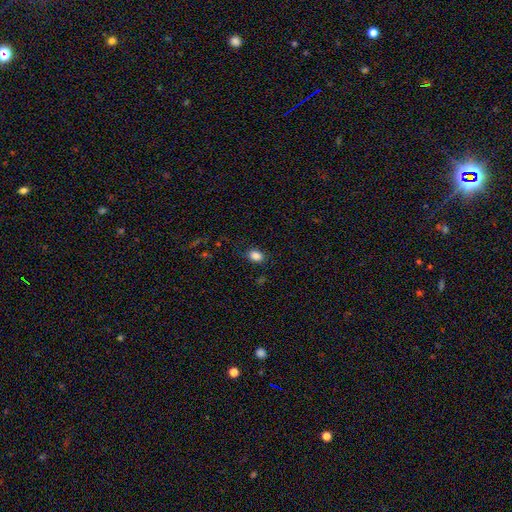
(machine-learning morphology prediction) Q: Smooth or featured?
A: smooth (86%); runner-up: star or artifact (10%)
Q: How rounded?
A: in between (76%); runner-up: round (23%)
Q: Merging?
A: none (84%); runner-up: minor disturbance (11%)